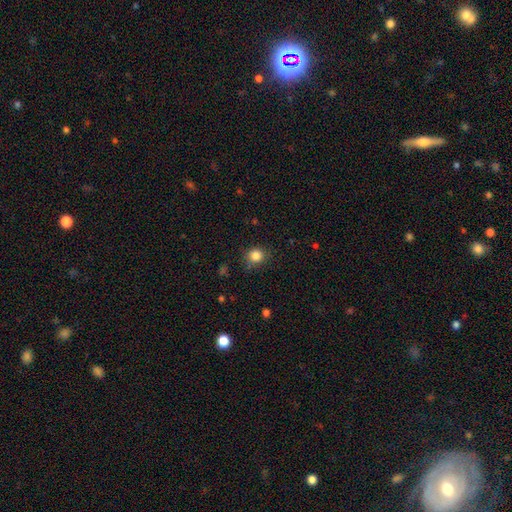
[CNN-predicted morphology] Overall: smooth (84%). How rounded: round (85%). Merging: none (82%).